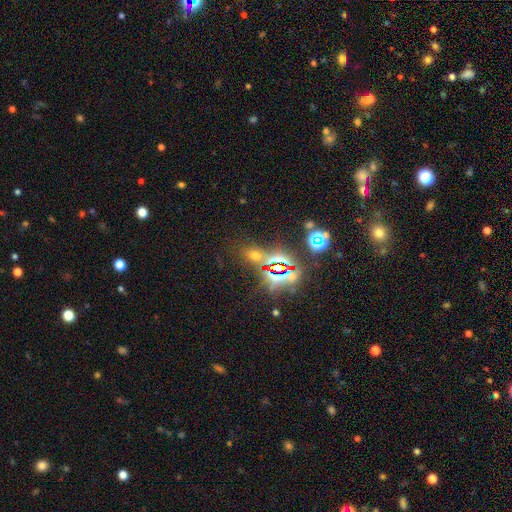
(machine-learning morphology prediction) A star or artifact, not a galaxy (55%).

Vote fractions:
- Smooth or featured? star or artifact: 55% / smooth: 37% / featured or disk: 9%